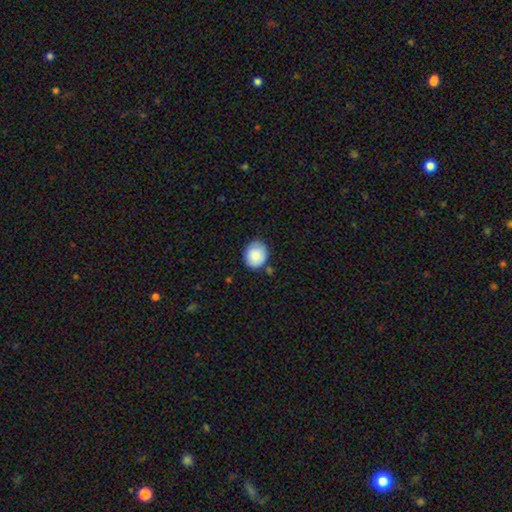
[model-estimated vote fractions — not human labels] Smooth or featured?
  - smooth: 86% *
  - star or artifact: 7%
  - featured or disk: 6%
How rounded?
  - round: 67% *
  - in between: 33%
  - cigar-shaped: 1%
Merging?
  - none: 79% *
  - minor disturbance: 14%
  - merger: 4%
  - major disturbance: 3%